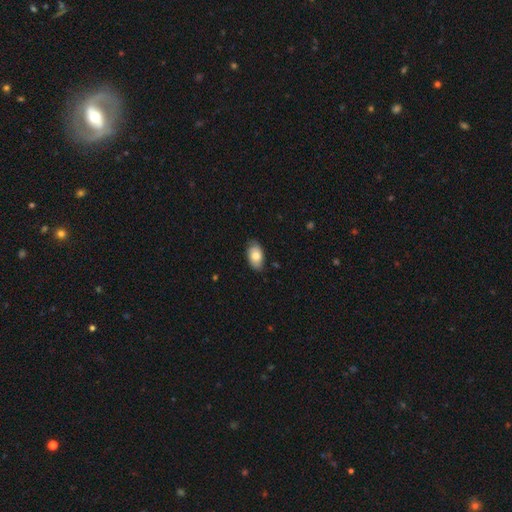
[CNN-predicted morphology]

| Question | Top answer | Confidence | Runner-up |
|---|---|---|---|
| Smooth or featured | smooth | 76% | featured or disk (18%) |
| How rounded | in between | 93% | round (5%) |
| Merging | none | 77% | minor disturbance (19%) |